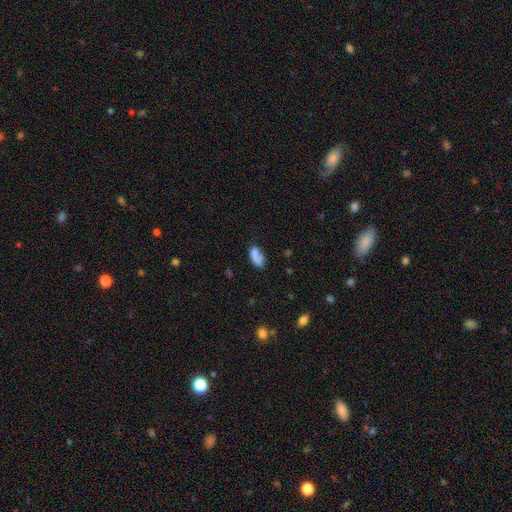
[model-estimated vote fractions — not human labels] A smooth galaxy with no disk features (71%) that is in between round and cigar-shaped (87%). Merging: none (41%).